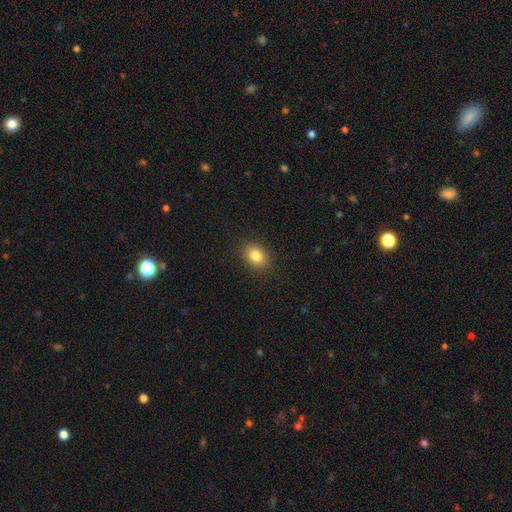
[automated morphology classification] This appears to be a smooth galaxy with no disk features (83%) that is in between round and cigar-shaped (60%). Merging: none (89%).